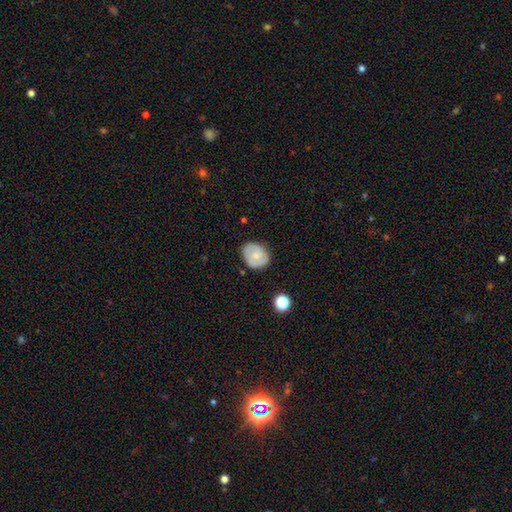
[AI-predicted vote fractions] Smooth or featured? smooth (52%)
How rounded? round (58%)
Merging? none (76%)